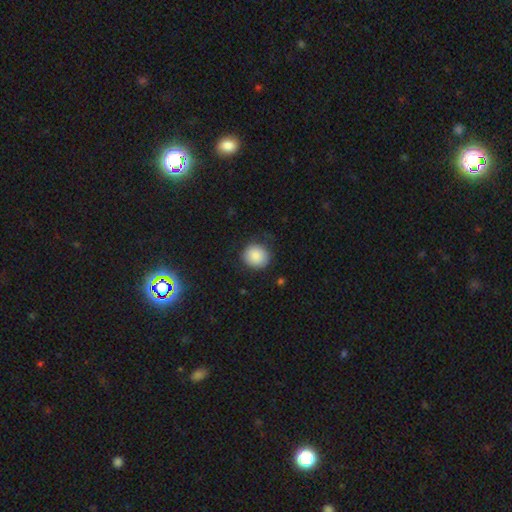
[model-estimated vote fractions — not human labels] Smooth or featured?
  - smooth: 88% *
  - star or artifact: 8%
  - featured or disk: 5%
How rounded?
  - round: 86% *
  - in between: 13%
  - cigar-shaped: 1%
Merging?
  - none: 81% *
  - minor disturbance: 13%
  - major disturbance: 4%
  - merger: 1%